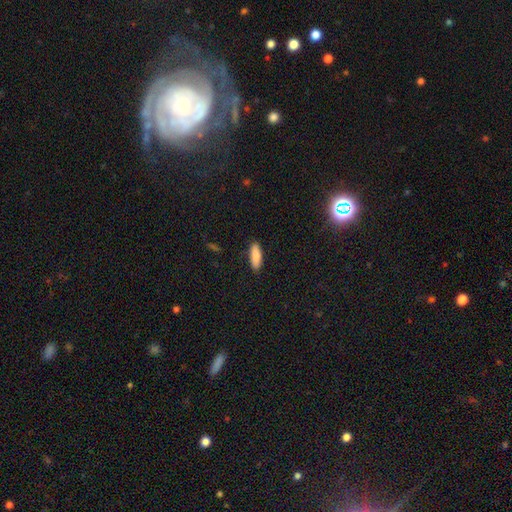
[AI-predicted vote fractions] Smooth or featured? smooth (86%)
How rounded? in between (57%)
Merging? none (88%)